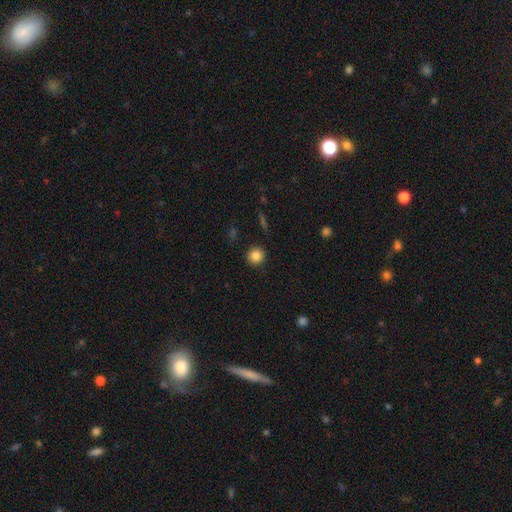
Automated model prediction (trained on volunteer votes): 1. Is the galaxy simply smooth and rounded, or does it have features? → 84% smooth, 10% star or artifact, 6% featured or disk.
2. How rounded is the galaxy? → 93% round, 5% in between, 1% cigar-shaped.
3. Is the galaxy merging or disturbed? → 91% none, 6% minor disturbance, 2% major disturbance, 1% merger.